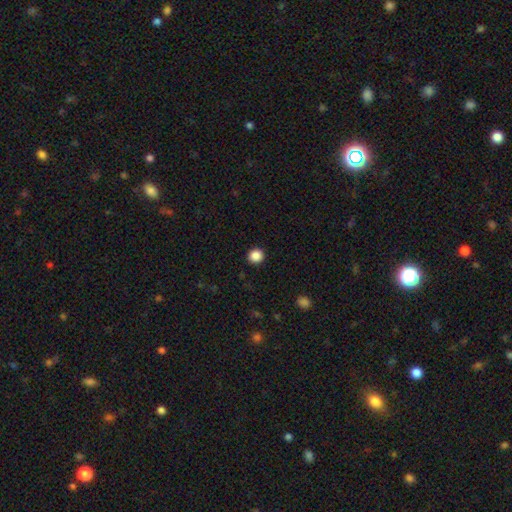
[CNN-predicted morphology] Smooth or featured? Predicted: smooth (p=0.87). How rounded? Predicted: round (p=0.90). Merging? Predicted: none (p=0.92).